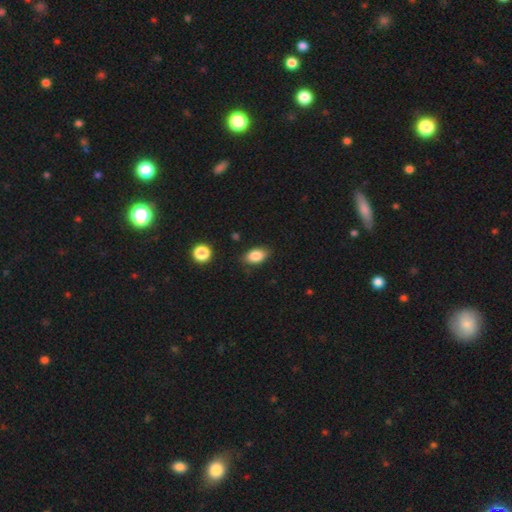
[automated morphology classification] Smooth or featured? Predicted: smooth (p=0.85). How rounded? Predicted: in between (p=0.87). Merging? Predicted: none (p=0.83).